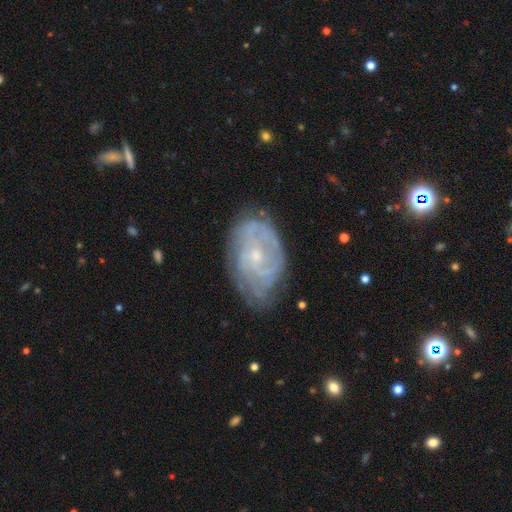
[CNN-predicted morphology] Smooth or featured? featured or disk (78%)
Edge-on disk? no (96%)
Bar? no (66%)
Spiral arms? yes (87%)
Spiral winding? tight (65%)
Spiral arm count? can't tell (48%)
Bulge size? small (70%)
Merging? none (68%)